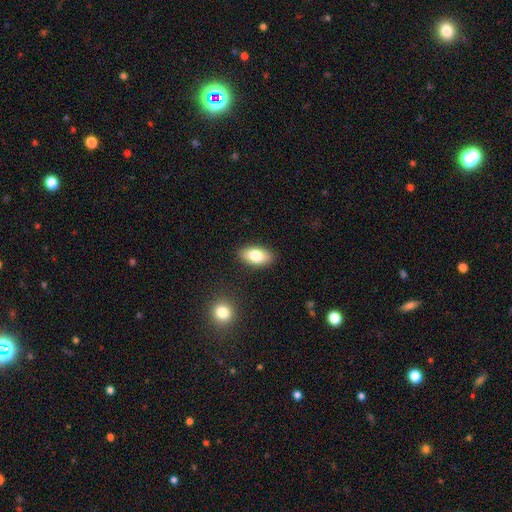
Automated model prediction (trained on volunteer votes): smooth_or_featured: smooth (p=0.81) [alt: featured or disk p=0.12]
how_rounded: in between (p=0.92) [alt: round p=0.04]
merging: none (p=0.87) [alt: minor disturbance p=0.09]